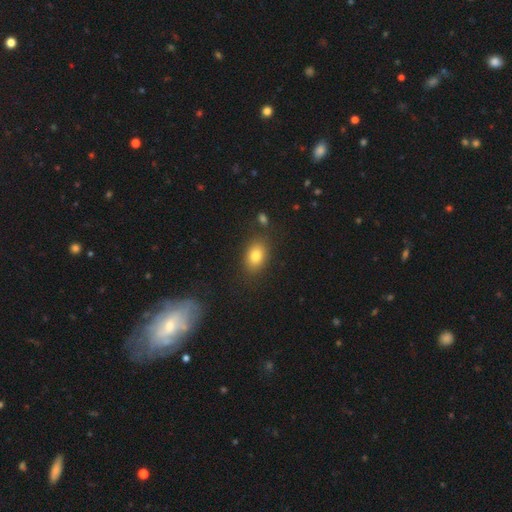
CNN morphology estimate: Overall: smooth (80%). How rounded: in between (79%). Merging: none (80%).